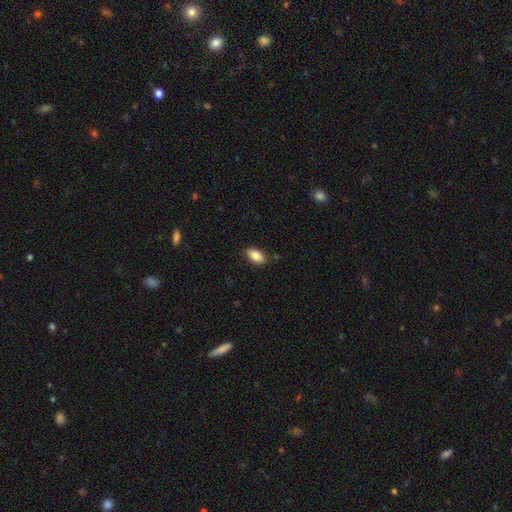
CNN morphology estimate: Overall: smooth (84%). How rounded: in between (92%). Merging: none (83%).